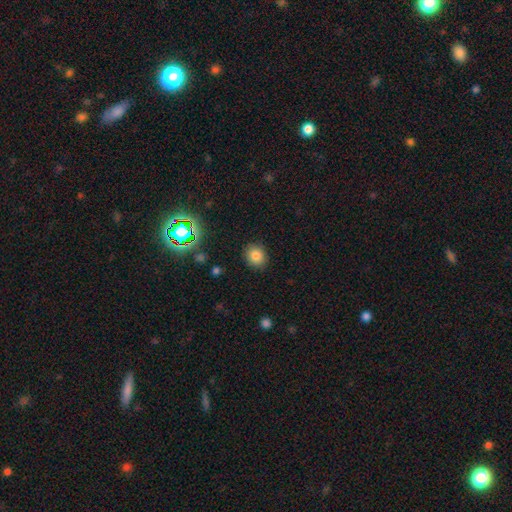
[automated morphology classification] Overall: smooth (80%). How rounded: round (73%). Merging: none (88%).